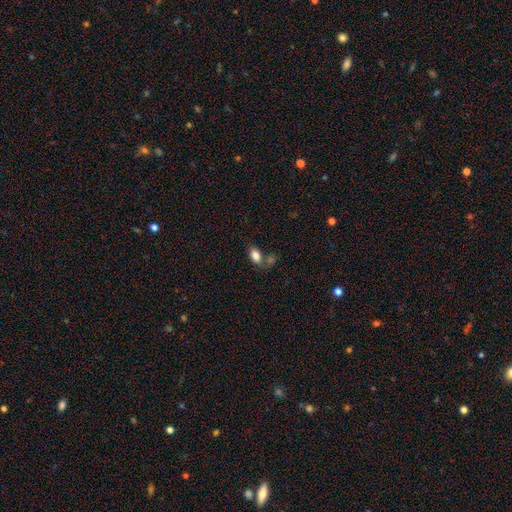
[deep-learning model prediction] smooth_or_featured: smooth (p=0.80) [alt: featured or disk p=0.12]
how_rounded: in between (p=0.89) [alt: round p=0.08]
merging: none (p=0.44) [alt: merger p=0.32]